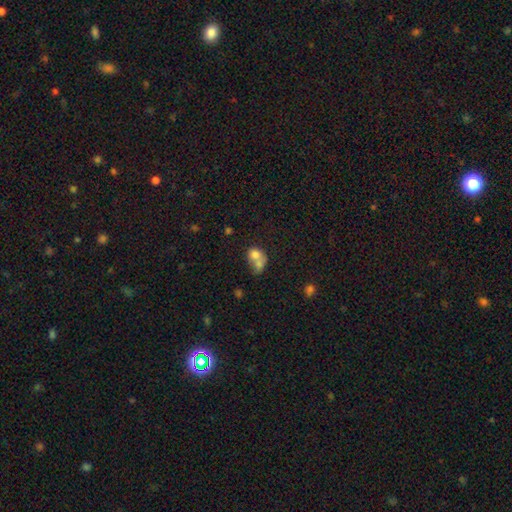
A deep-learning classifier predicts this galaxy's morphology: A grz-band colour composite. It shows a smooth galaxy with no disk features (71%) that is round (55%). Merging: merger (68%).